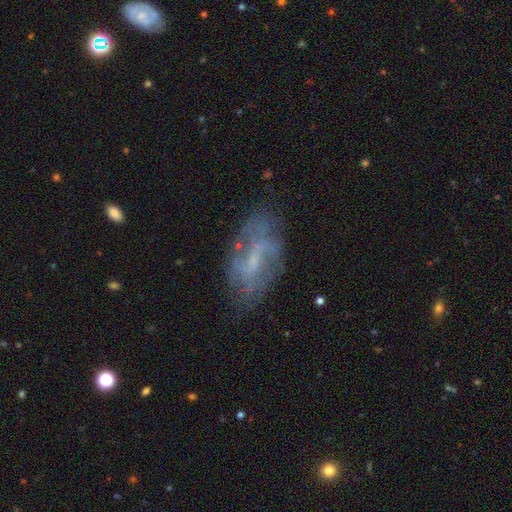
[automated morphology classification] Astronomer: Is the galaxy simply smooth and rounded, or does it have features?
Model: featured or disk — 64%.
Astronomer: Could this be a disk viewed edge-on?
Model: no — 92%.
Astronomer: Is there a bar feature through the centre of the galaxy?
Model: weak — 49% (runner-up: no, 37%).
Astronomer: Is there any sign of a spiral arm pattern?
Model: yes — 70%.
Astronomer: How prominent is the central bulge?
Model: small — 49% (runner-up: none, 25%).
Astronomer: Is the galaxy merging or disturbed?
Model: none — 65%.